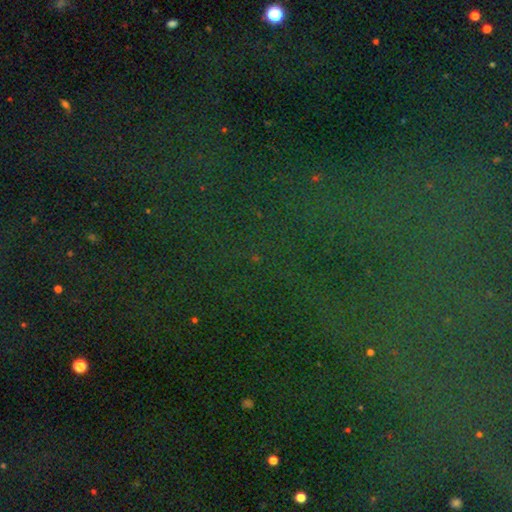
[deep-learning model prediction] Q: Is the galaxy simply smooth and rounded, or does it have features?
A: star or artifact — 82%.